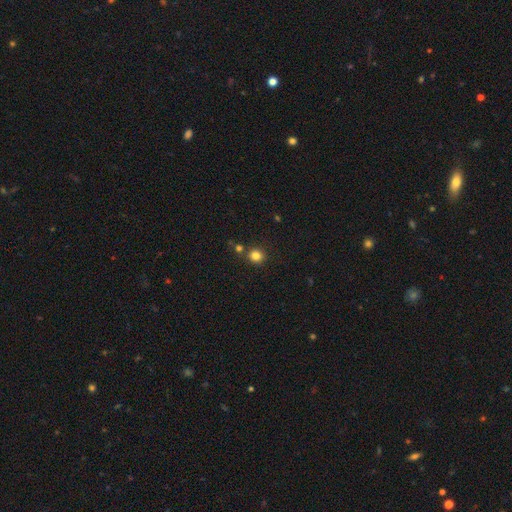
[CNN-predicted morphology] Smooth or featured? smooth (82%)
How rounded? round (86%)
Merging? none (81%)